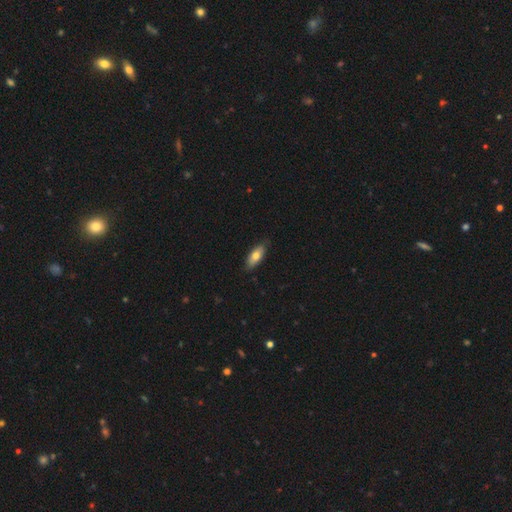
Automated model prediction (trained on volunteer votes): smooth-or-featured: smooth: 72% | featured or disk: 23% | star or artifact: 6%
  how-rounded: in between: 76% | cigar-shaped: 21% | round: 3%
  merging: none: 83% | minor disturbance: 15% | major disturbance: 2% | merger: 1%